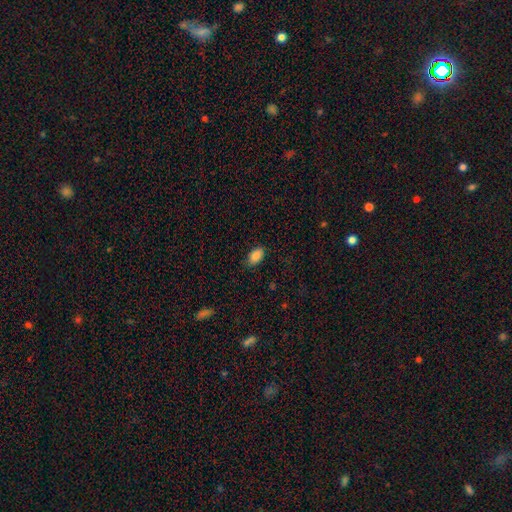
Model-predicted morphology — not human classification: This is clearly a smooth galaxy (87%). How rounded: clearly in between (91%). Merging: clearly none (83%).